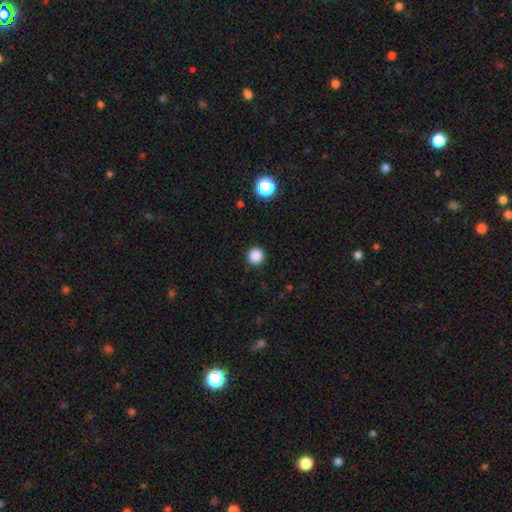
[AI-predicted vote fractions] Smooth or featured? smooth (86%)
How rounded? round (95%)
Merging? none (91%)